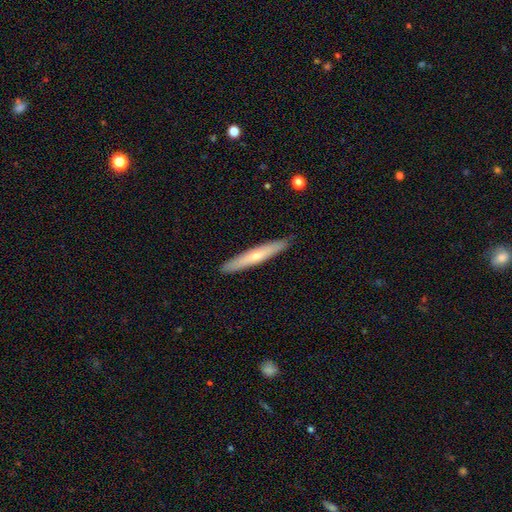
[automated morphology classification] smooth-or-featured: smooth: 51% | featured or disk: 44% | star or artifact: 5%
  how-rounded: cigar-shaped: 94% | in between: 5% | round: 1%
  merging: none: 90% | minor disturbance: 7% | major disturbance: 1% | merger: 1%